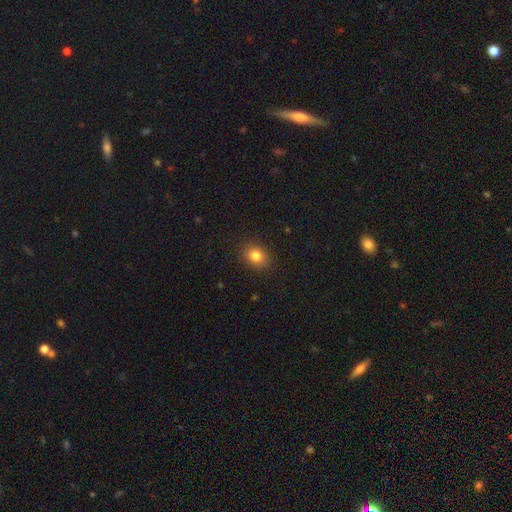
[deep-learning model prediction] Smooth or featured: smooth — 83% (star or artifact — 11%)
How rounded: round — 59% (in between — 40%)
Merging: none — 89% (minor disturbance — 8%)